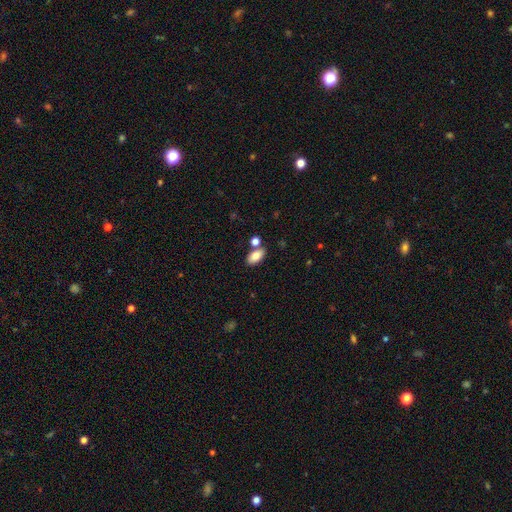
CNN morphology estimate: The model was most divided on "merging": none: 73%, merger: 14%, minor disturbance: 11%, major disturbance: 3%. More confident: how rounded — in between (92%); smooth or featured — smooth (80%).